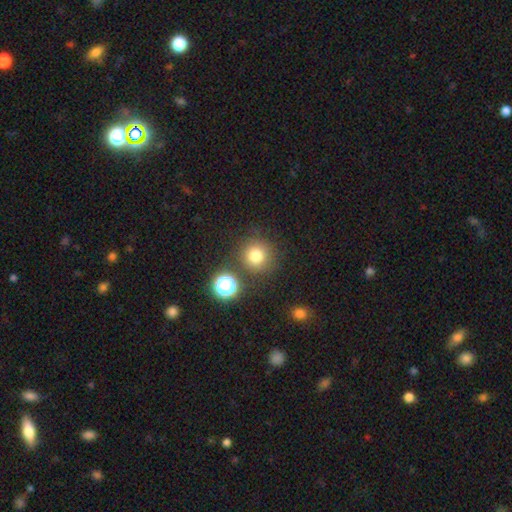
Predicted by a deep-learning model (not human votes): A smooth galaxy with no disk features (78%) that is round (94%). Merging: none (81%).